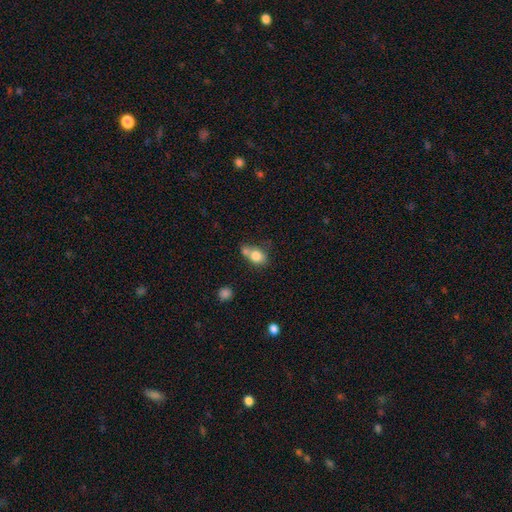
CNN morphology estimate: This appears to be a smooth galaxy with no disk features (78%) that is in between round and cigar-shaped (62%). Merging: merger (46%).